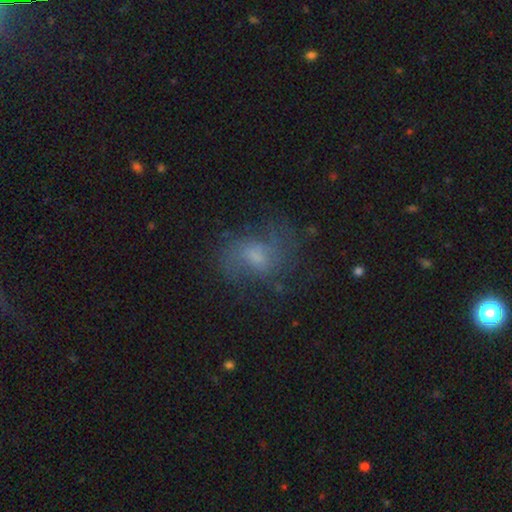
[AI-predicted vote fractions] Overall: featured or disk (52%; smooth 36%). Edge-on disk: no (97%). Bar: no (48%; weak 44%). Spiral arms: yes (73%). Bulge size: moderate (40%; small 35%). Merging: none (56%; minor disturbance 21%).